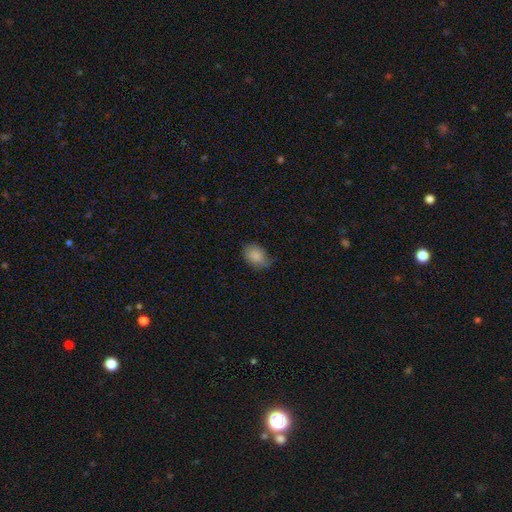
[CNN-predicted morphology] Smooth or featured: smooth — 85% (featured or disk — 8%)
How rounded: in between — 75% (round — 24%)
Merging: none — 61% (minor disturbance — 30%)